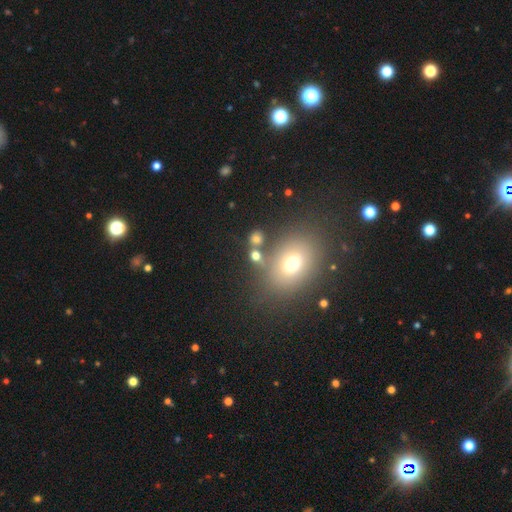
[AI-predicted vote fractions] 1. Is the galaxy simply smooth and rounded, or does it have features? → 68% smooth, 18% star or artifact, 13% featured or disk.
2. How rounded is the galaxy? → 60% round, 38% in between, 2% cigar-shaped.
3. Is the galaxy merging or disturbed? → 59% none, 23% merger, 11% minor disturbance, 7% major disturbance.